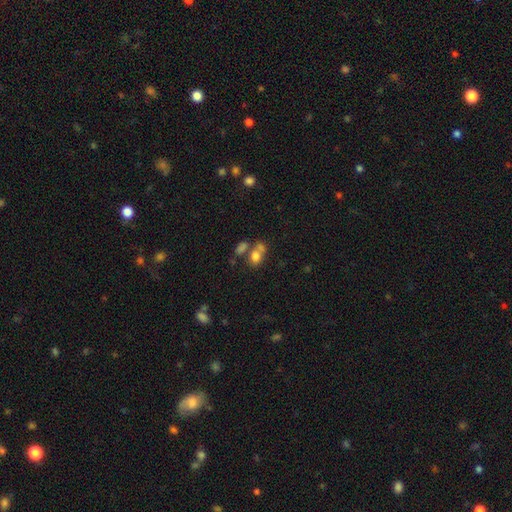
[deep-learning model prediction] Smooth or featured: smooth — 75% (star or artifact — 13%)
How rounded: in between — 64% (round — 35%)
Merging: merger — 45% (none — 36%)